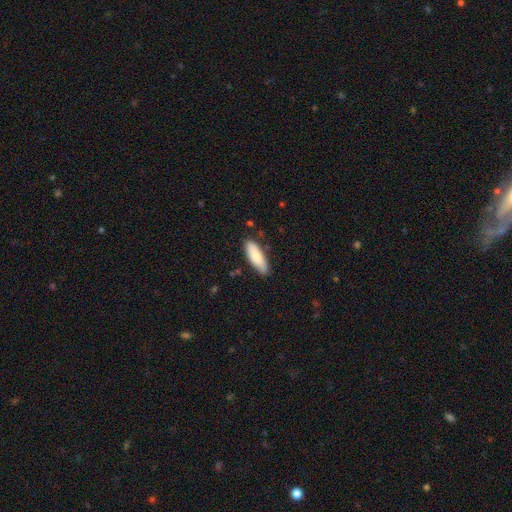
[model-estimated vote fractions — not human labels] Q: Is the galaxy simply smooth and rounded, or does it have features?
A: smooth — 85%.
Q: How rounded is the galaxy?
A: in between — 61%.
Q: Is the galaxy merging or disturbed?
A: none — 82%.